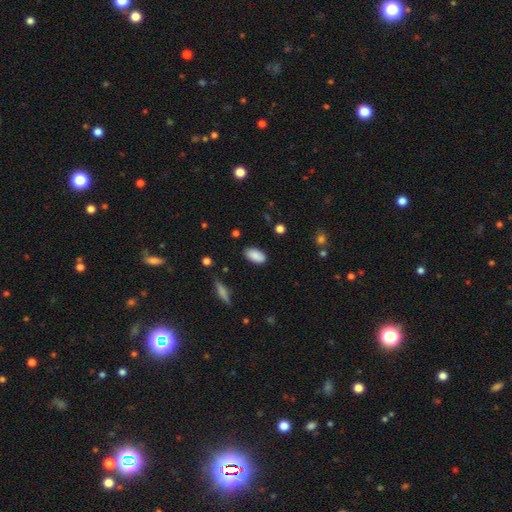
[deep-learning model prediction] Smooth or featured? Predicted: smooth (p=0.88). How rounded? Predicted: in between (p=0.93). Merging? Predicted: none (p=0.84).